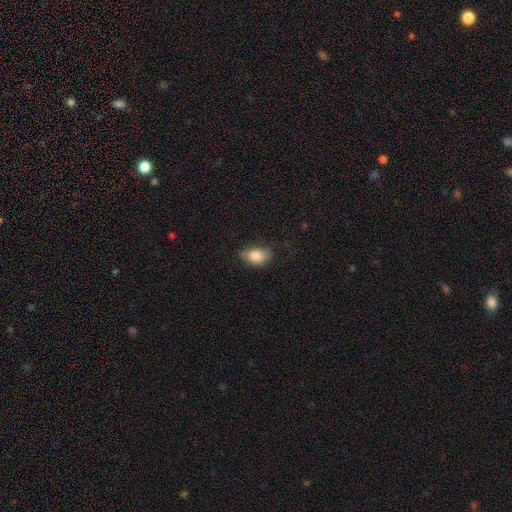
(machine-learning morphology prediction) This appears to be a smooth galaxy with no disk features (84%) that is in between round and cigar-shaped (87%). Merging: none (70%).